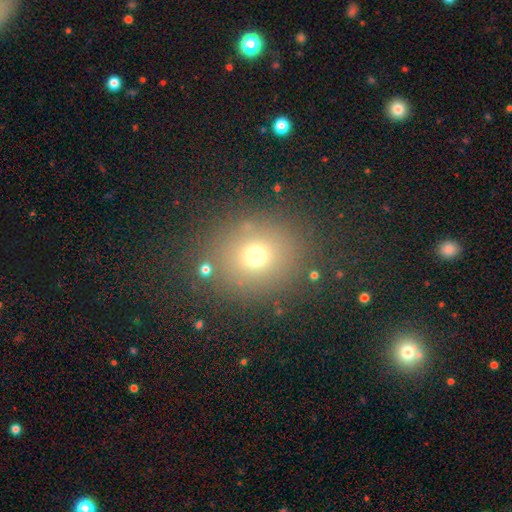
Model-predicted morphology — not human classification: smooth 69%, star or artifact 20%, featured or disk 11%. Down the decision tree: how rounded — round (78%); merging — none (82%).